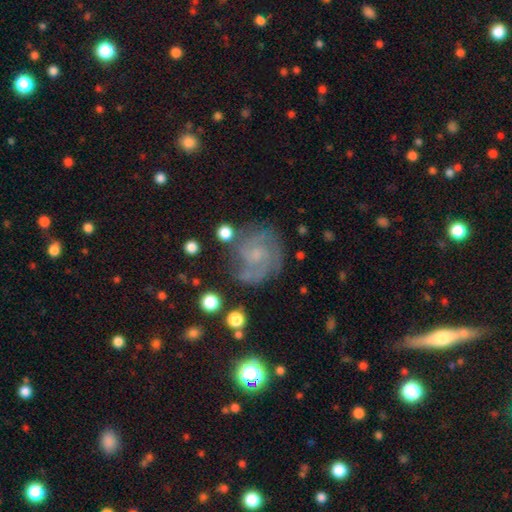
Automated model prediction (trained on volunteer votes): smooth_or_featured: featured or disk (p=0.72) [alt: smooth p=0.17]
disk_edge_on: no (p=0.98) [alt: yes p=0.02]
bar: no (p=0.62) [alt: weak p=0.33]
has_spiral_arms: yes (p=0.91) [alt: no p=0.09]
spiral_winding: tight (p=0.46) [alt: medium p=0.41]
spiral_arm_count: 2 (p=0.36) [alt: can't tell p=0.27]
bulge_size: small (p=0.62) [alt: moderate p=0.22]
merging: none (p=0.69) [alt: minor disturbance p=0.18]